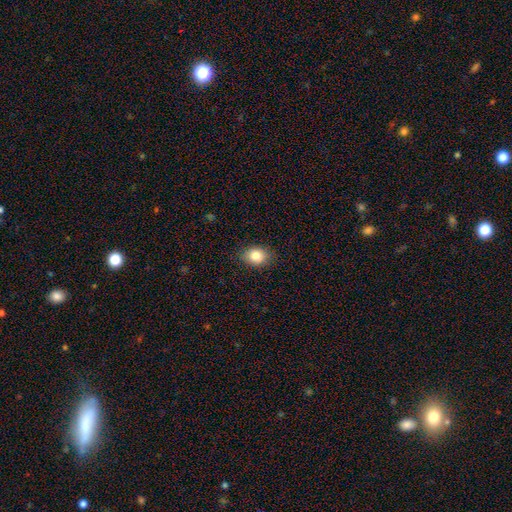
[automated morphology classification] Overall: smooth (83%). How rounded: in between (61%; round 38%). Merging: none (87%).